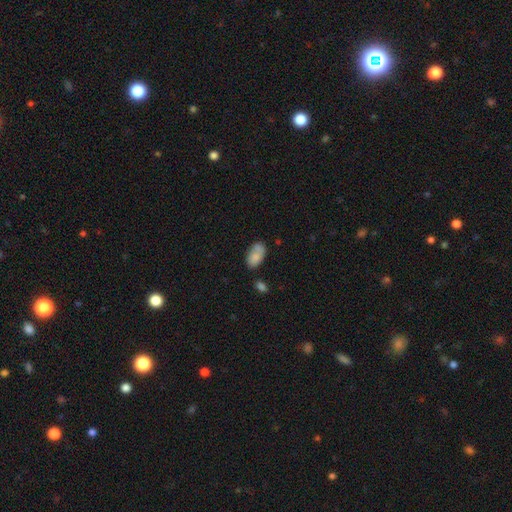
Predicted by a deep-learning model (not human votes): A smooth galaxy with no disk features (79%) that is in between round and cigar-shaped (93%). Merging: none (54%).